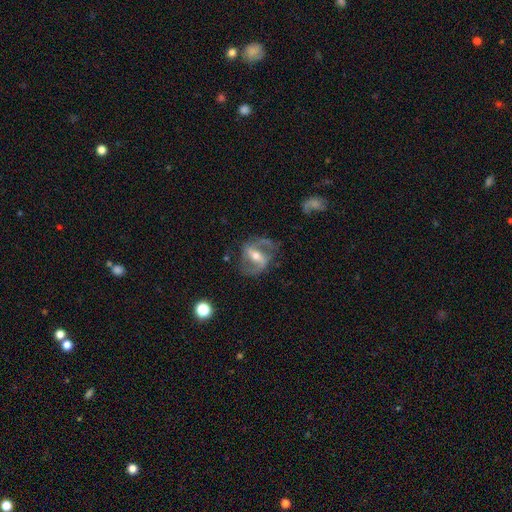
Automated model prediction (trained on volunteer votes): The model was most divided on "spiral winding": medium: 47%, loose: 39%, tight: 14%. More confident: edge-on disk — no (95%); spiral arms — yes (92%); spiral arm count — 2 (90%); smooth or featured — featured or disk (86%); merging — none (70%); bar — strong (57%); bulge size — moderate (56%).